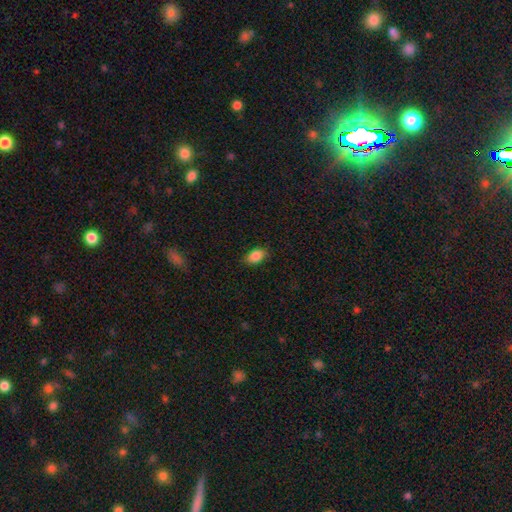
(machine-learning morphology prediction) smooth 85%, star or artifact 8%, featured or disk 7%. Down the decision tree: how rounded — in between (86%); merging — none (85%).